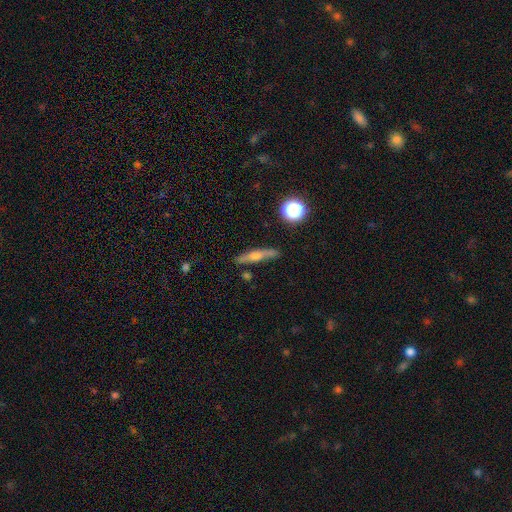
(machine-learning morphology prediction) Q: Smooth or featured?
A: featured or disk (52%); runner-up: smooth (38%)
Q: Edge-on disk?
A: yes (93%); runner-up: no (7%)
Q: Merging?
A: none (85%); runner-up: minor disturbance (10%)